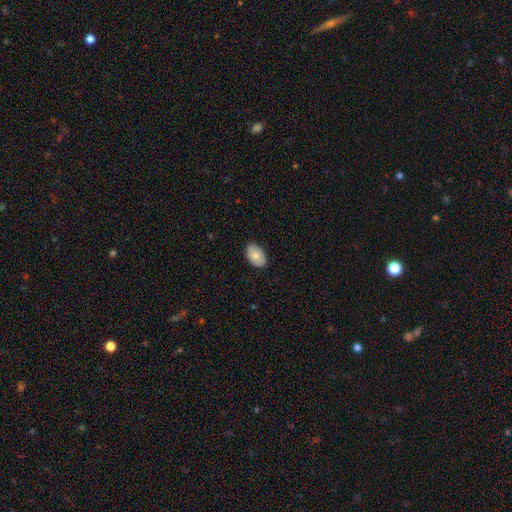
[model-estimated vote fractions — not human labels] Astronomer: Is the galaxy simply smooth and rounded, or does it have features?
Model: smooth — 77%.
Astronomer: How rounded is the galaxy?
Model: in between — 90%.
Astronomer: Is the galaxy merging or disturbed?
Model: none — 85%.